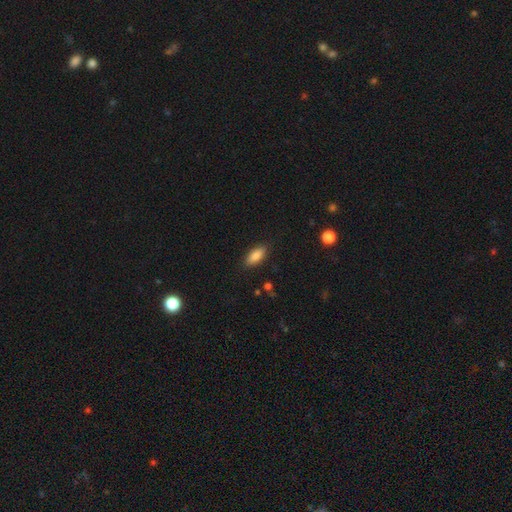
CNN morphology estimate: Smooth or featured? Predicted: smooth (p=0.84). How rounded? Predicted: in between (p=0.82). Merging? Predicted: none (p=0.86).